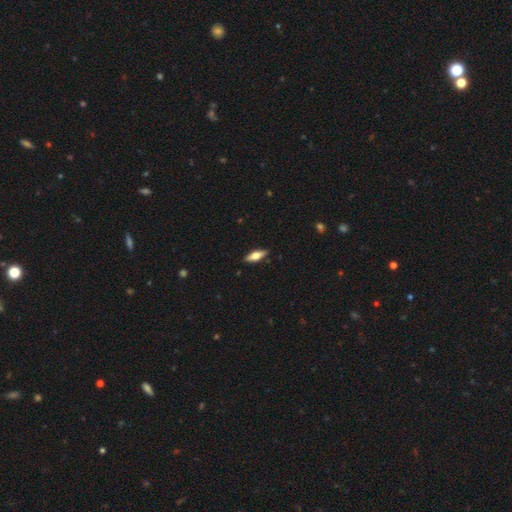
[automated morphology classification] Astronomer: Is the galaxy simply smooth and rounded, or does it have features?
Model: smooth — 53% (runner-up: featured or disk, 40%).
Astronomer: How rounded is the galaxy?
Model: in between — 59% (runner-up: cigar-shaped, 39%).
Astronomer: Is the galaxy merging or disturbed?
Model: none — 89%.